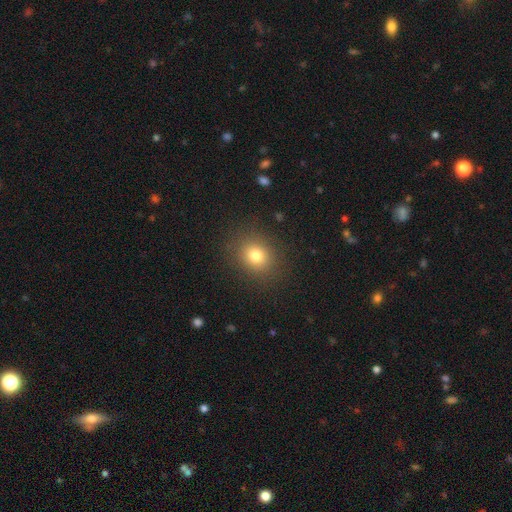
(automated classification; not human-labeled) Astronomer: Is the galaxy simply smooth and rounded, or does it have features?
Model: smooth — 78%.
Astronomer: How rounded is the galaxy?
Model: round — 70%.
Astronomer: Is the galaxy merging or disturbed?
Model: none — 87%.